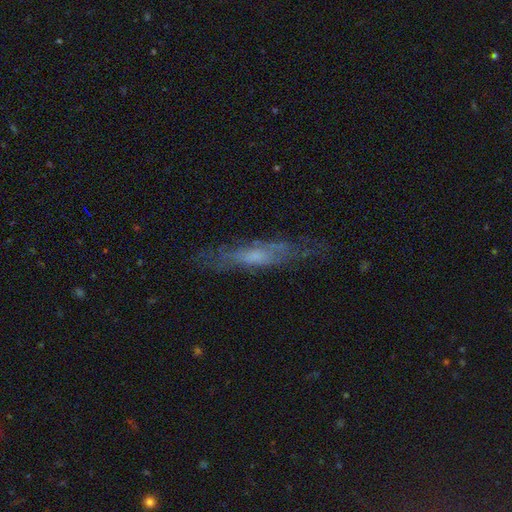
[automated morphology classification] Smooth or featured: featured or disk — 57% (smooth — 35%)
Edge-on disk: yes — 59% (no — 41%)
Merging: none — 67% (minor disturbance — 21%)